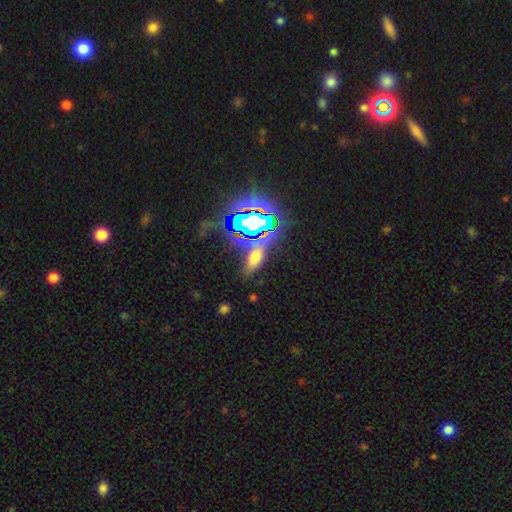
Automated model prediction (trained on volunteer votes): Morphology: type=smooth (44%); merging=none (70%).